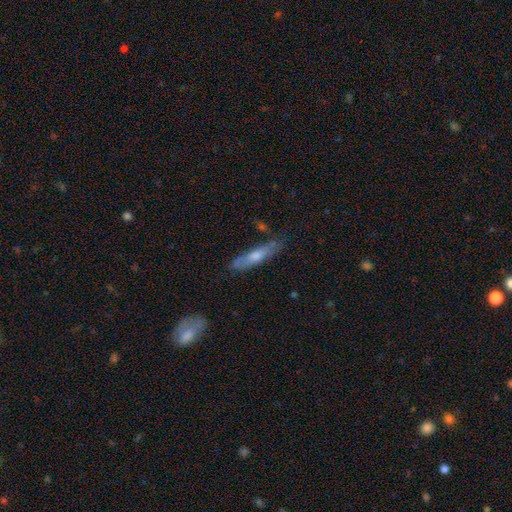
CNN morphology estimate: smooth-or-featured: smooth: 49% | featured or disk: 44% | star or artifact: 7%
  merging: none: 73% | minor disturbance: 19% | major disturbance: 4% | merger: 3%